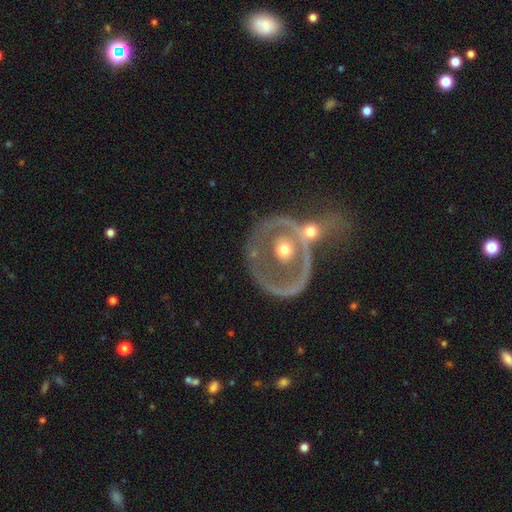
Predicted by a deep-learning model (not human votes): Smooth or featured: featured or disk — 72% (smooth — 20%)
Edge-on disk: no — 94% (yes — 6%)
Bar: no — 81% (weak — 13%)
Spiral arms: no — 68% (yes — 32%)
Bulge size: moderate — 69% (small — 21%)
Merging: merger — 44% (none — 33%)